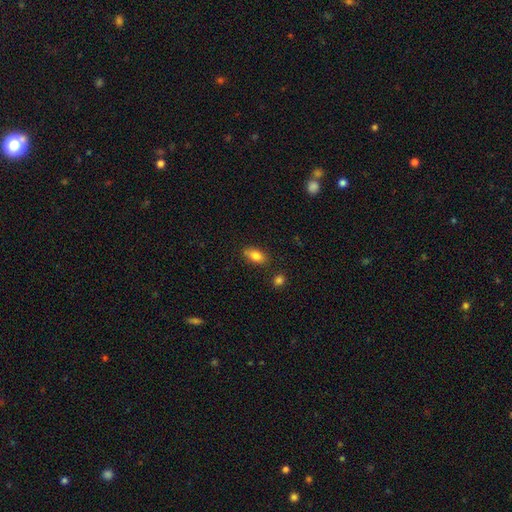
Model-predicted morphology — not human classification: smooth 84%, featured or disk 8%, star or artifact 8%. Down the decision tree: how rounded — in between (88%); merging — none (80%).